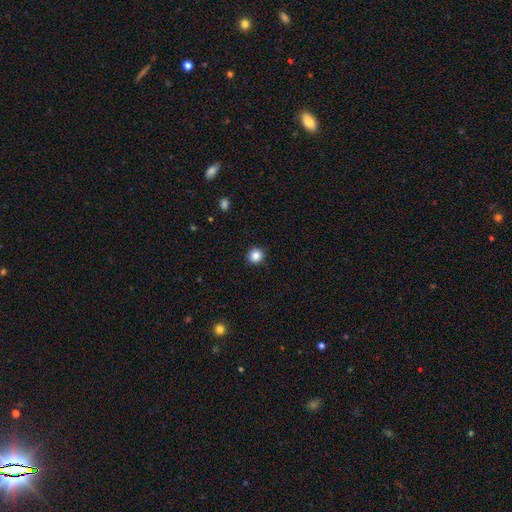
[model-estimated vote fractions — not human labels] Morphology: type=smooth (86%); roundness=round (94%); merging=none (92%).